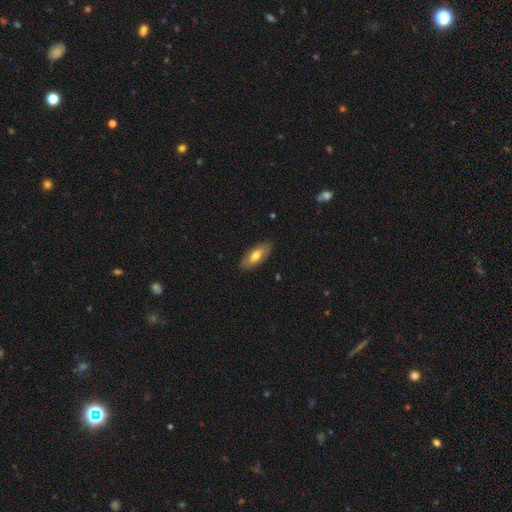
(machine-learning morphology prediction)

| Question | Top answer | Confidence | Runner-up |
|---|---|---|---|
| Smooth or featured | smooth | 67% | featured or disk (27%) |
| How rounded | in between | 84% | cigar-shaped (14%) |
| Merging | none | 85% | minor disturbance (11%) |